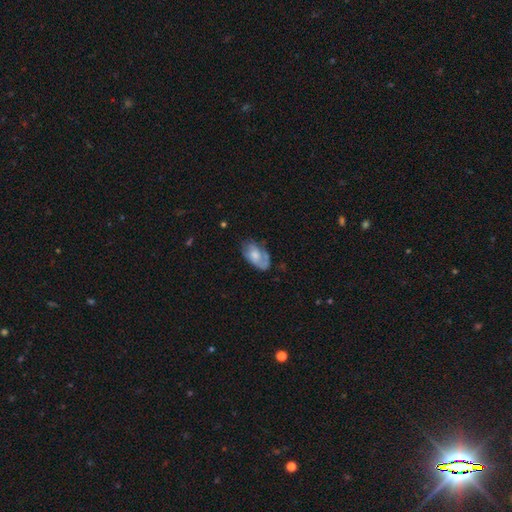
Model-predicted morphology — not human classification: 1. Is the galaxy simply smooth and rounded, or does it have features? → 49% smooth, 44% featured or disk, 7% star or artifact.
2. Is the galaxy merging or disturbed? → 51% none, 30% minor disturbance, 15% major disturbance, 4% merger.